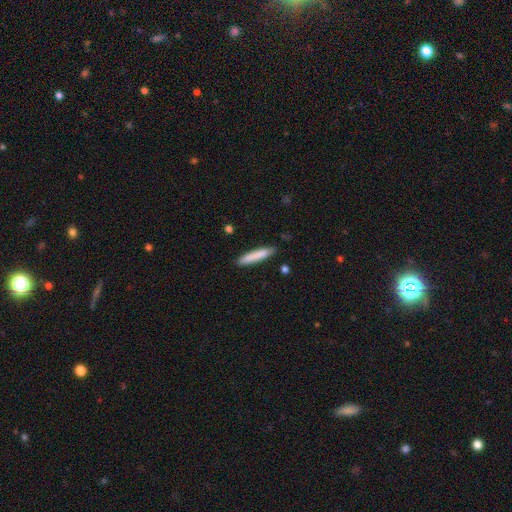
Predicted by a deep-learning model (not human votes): A smooth galaxy with no disk features (82%) that is cigar-shaped (91%).

Vote fractions:
- Smooth or featured? smooth: 82% / featured or disk: 12% / star or artifact: 6%
- How rounded? cigar-shaped: 91% / in between: 8% / round: 1%
- Merging? none: 86% / minor disturbance: 10% / major disturbance: 2% / merger: 2%